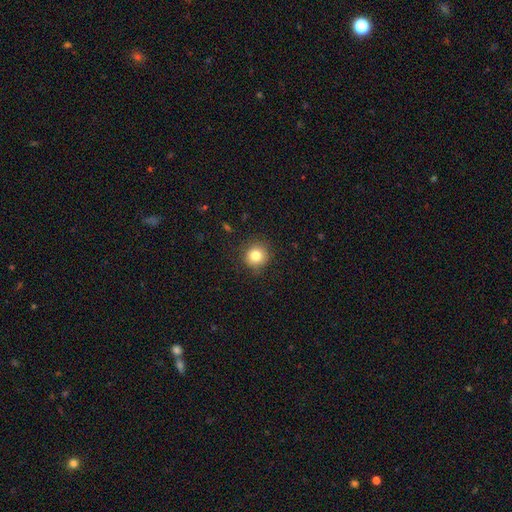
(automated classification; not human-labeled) Q: Smooth or featured?
A: smooth (82%); runner-up: star or artifact (11%)
Q: How rounded?
A: round (92%); runner-up: in between (8%)
Q: Merging?
A: none (88%); runner-up: minor disturbance (9%)